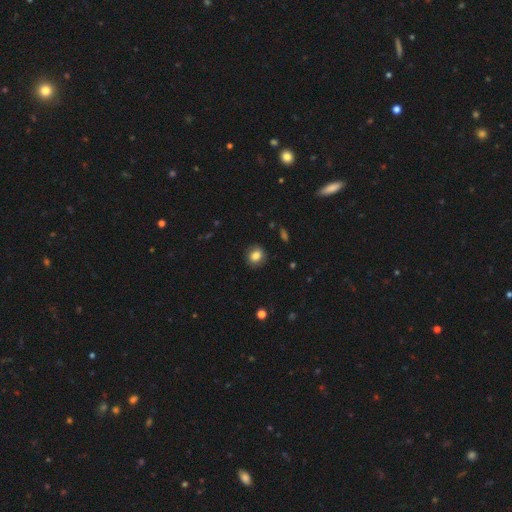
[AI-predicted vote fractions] A smooth galaxy with no disk features (81%) that is round (72%).

Vote fractions:
- Smooth or featured? smooth: 81% / featured or disk: 10% / star or artifact: 9%
- How rounded? round: 72% / in between: 26% / cigar-shaped: 1%
- Merging? none: 86% / minor disturbance: 10% / major disturbance: 3% / merger: 1%